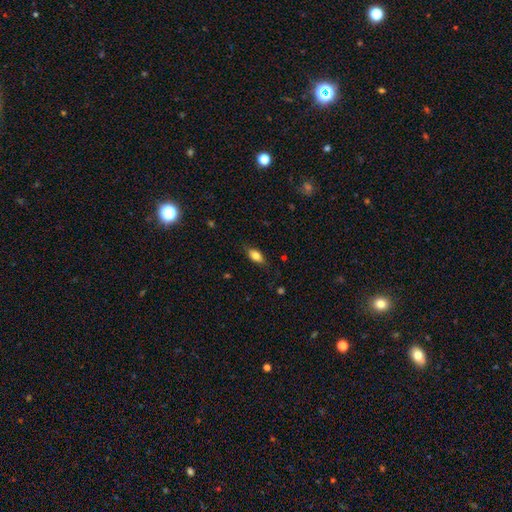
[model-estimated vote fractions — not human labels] smooth-or-featured: smooth: 79% | featured or disk: 13% | star or artifact: 8%
  how-rounded: in between: 86% | cigar-shaped: 8% | round: 6%
  merging: none: 81% | minor disturbance: 15% | major disturbance: 3% | merger: 1%